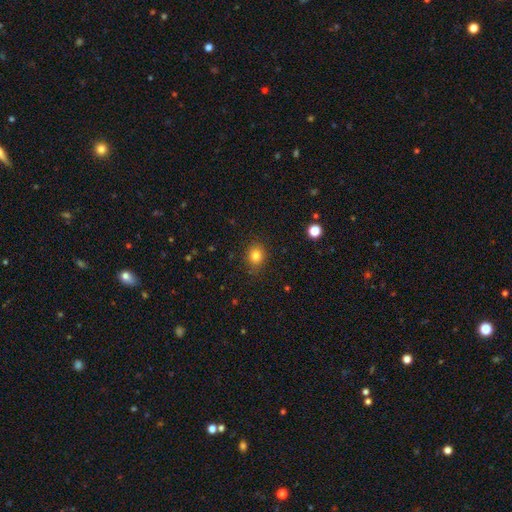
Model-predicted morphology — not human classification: The model was most divided on "how rounded": round: 63%, in between: 37%, cigar-shaped: 1%. More confident: merging — none (86%); smooth or featured — smooth (82%).